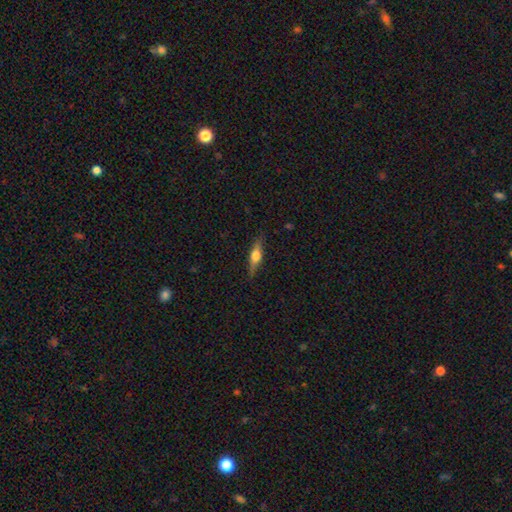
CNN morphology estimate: Smooth or featured?
  - featured or disk: 55% *
  - smooth: 38%
  - star or artifact: 7%
Edge-on disk?
  - yes: 95% *
  - no: 5%
Edge-on bulge?
  - rounded: 92% *
  - boxy: 6%
  - none: 2%
Merging?
  - none: 85% *
  - minor disturbance: 12%
  - major disturbance: 2%
  - merger: 1%